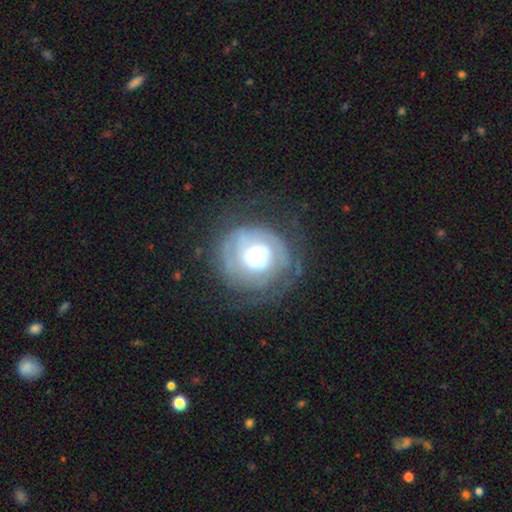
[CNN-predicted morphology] A featured or disk galaxy (73%) with no bar (75%), tight (75%) spiral arms (81%) and a moderate central bulge (52%). Merging: none (73%).